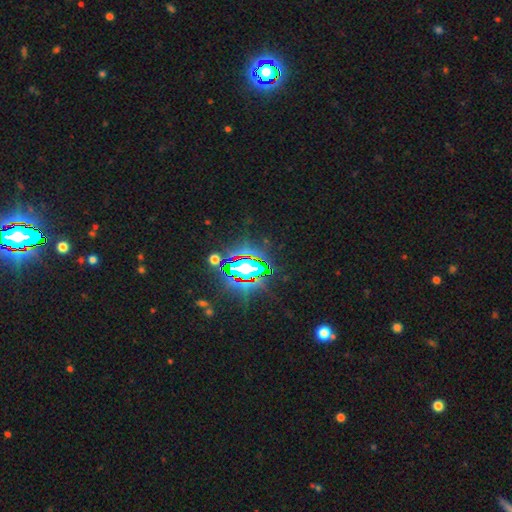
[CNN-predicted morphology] smooth_or_featured: star or artifact (p=0.84) [alt: smooth p=0.08]